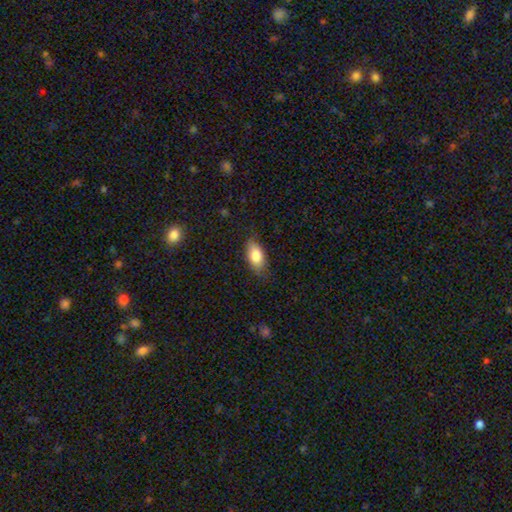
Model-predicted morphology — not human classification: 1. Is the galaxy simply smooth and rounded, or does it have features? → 81% smooth, 12% featured or disk, 7% star or artifact.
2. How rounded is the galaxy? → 89% in between, 7% cigar-shaped, 4% round.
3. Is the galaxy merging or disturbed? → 77% none, 18% minor disturbance, 4% major disturbance, 1% merger.